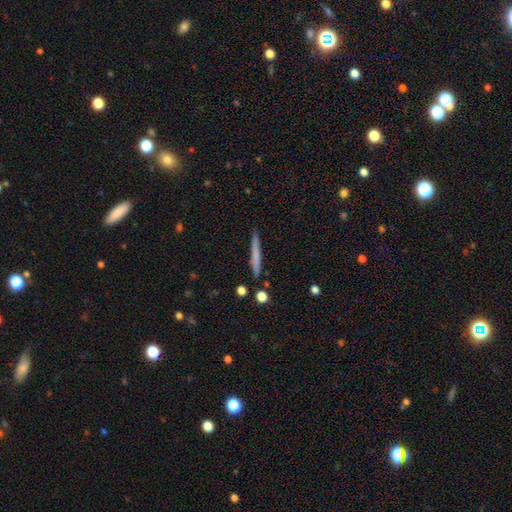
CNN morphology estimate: Smooth or featured? Predicted: smooth (p=0.66). How rounded? Predicted: cigar-shaped (p=0.96). Merging? Predicted: none (p=0.89).